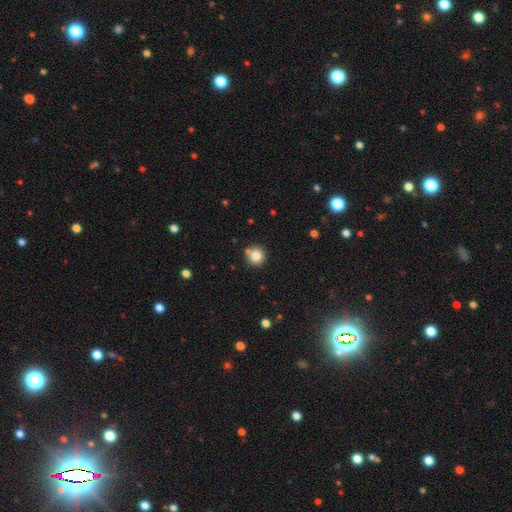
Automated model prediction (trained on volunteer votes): smooth-or-featured: smooth: 82% | star or artifact: 11% | featured or disk: 7%
  how-rounded: round: 93% | in between: 6% | cigar-shaped: 1%
  merging: none: 77% | merger: 11% | minor disturbance: 9% | major disturbance: 3%